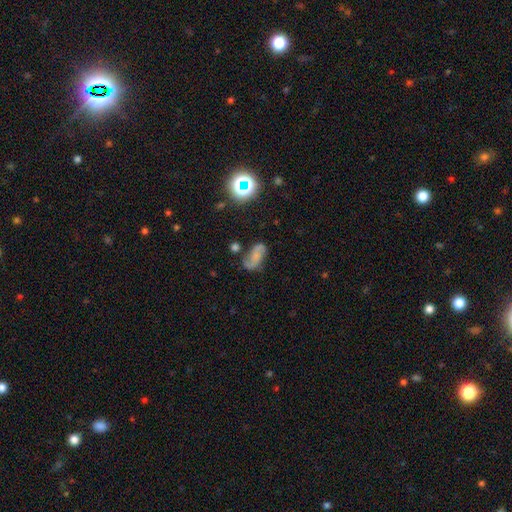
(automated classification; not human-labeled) This appears to be a featured or disk galaxy (60%) with no bar (58%), 2 (88%) loose (56%) spiral arms (89%) and no central bulge (40%). Merging: none (60%).